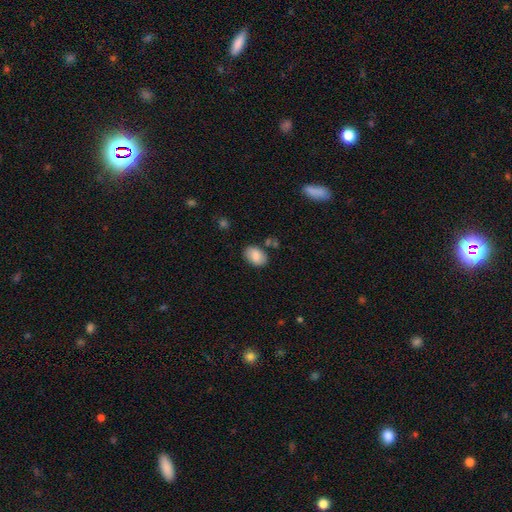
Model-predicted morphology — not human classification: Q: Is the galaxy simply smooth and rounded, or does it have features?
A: smooth — 85%.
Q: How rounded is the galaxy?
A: in between — 82%.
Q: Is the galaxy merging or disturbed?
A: none — 79%.